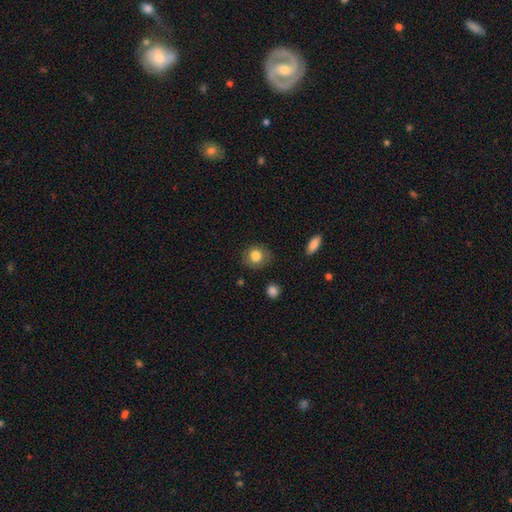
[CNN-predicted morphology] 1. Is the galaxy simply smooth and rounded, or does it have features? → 83% smooth, 9% featured or disk, 9% star or artifact.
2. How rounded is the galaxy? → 81% round, 18% in between, 1% cigar-shaped.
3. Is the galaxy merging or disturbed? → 80% none, 15% minor disturbance, 4% major disturbance, 2% merger.